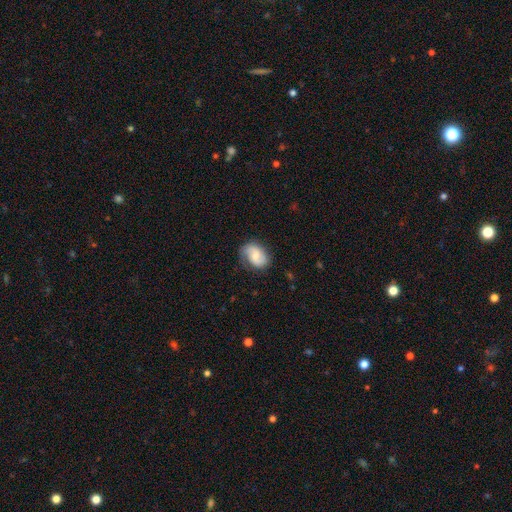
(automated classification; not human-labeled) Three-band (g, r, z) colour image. It shows a featured or disk galaxy (50%). Merging: none (66%).